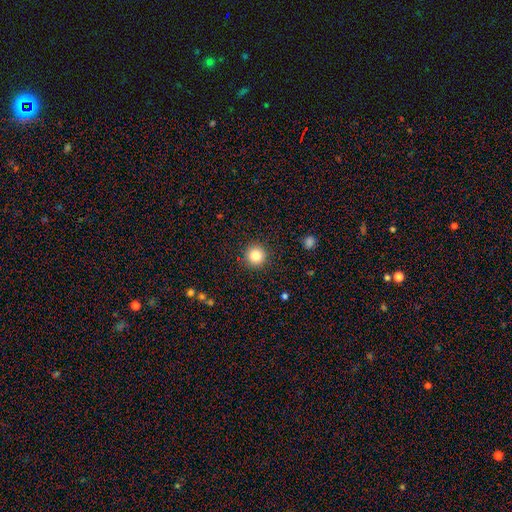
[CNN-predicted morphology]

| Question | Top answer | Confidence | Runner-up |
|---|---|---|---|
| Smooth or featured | smooth | 83% | star or artifact (11%) |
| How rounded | round | 96% | in between (3%) |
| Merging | none | 92% | minor disturbance (5%) |